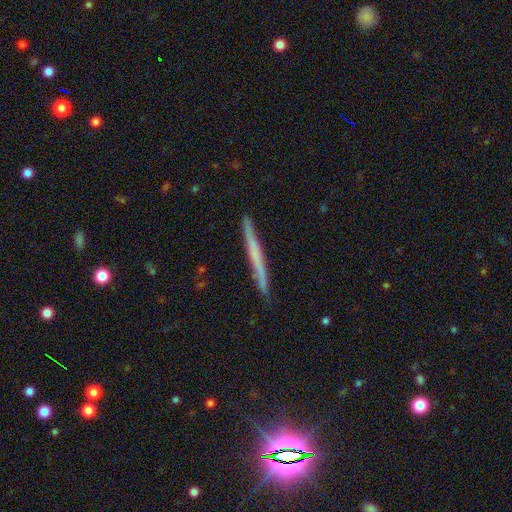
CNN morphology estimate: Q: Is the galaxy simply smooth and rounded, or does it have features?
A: featured or disk — 50%.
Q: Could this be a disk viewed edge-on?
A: yes — 97%.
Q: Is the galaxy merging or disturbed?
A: none — 90%.